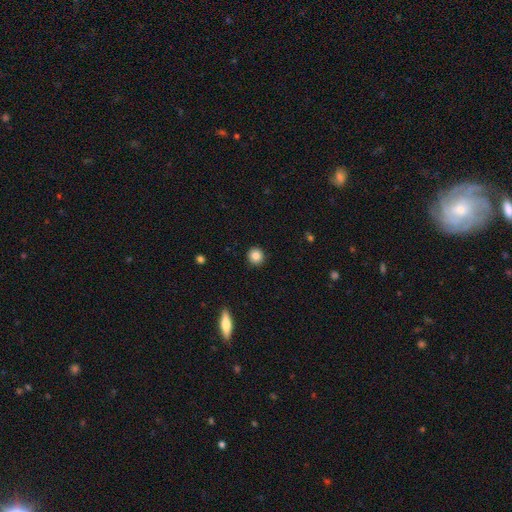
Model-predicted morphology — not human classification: A smooth galaxy with no disk features (85%) that is round (93%).

Vote fractions:
- Smooth or featured? smooth: 85% / star or artifact: 10% / featured or disk: 6%
- How rounded? round: 93% / in between: 6% / cigar-shaped: 1%
- Merging? none: 92% / minor disturbance: 6% / major disturbance: 2% / merger: 1%